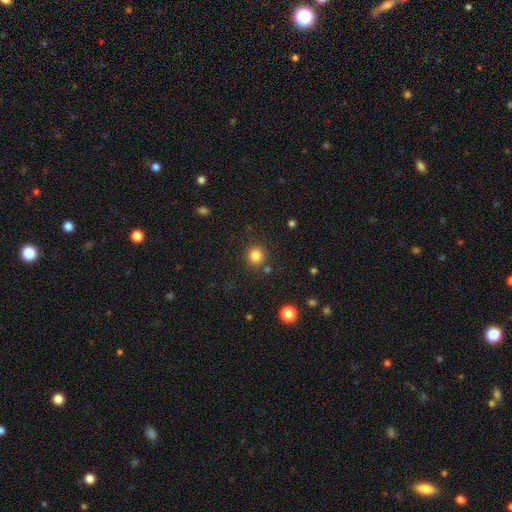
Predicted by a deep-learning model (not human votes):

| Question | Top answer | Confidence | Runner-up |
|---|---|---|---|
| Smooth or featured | smooth | 83% | star or artifact (12%) |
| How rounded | round | 90% | in between (9%) |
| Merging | none | 85% | minor disturbance (8%) |